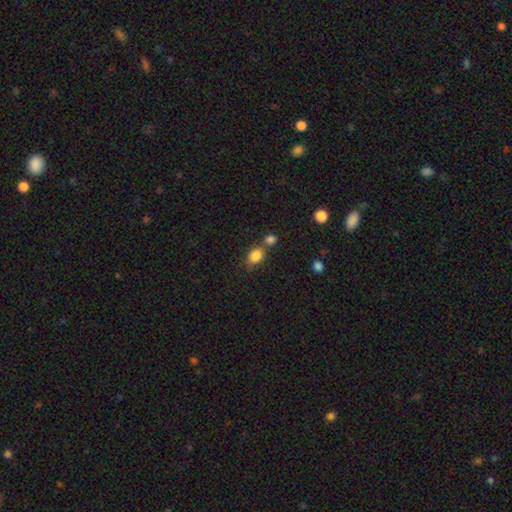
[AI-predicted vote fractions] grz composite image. It shows a smooth galaxy with no disk features (85%) that is in between round and cigar-shaped (68%). Merging: none (50%).